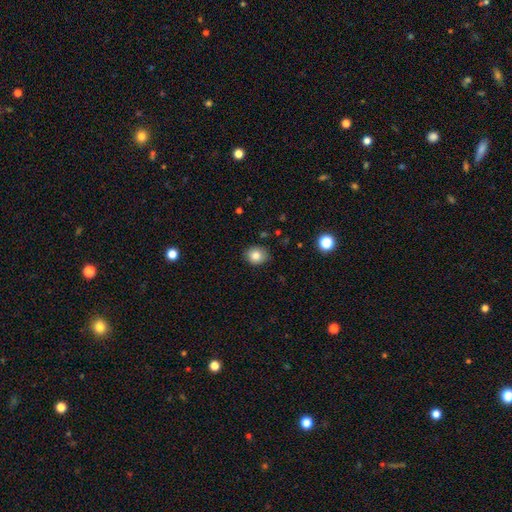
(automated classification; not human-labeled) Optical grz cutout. It shows a smooth galaxy with no disk features (83%) that is round (68%). Merging: none (85%).